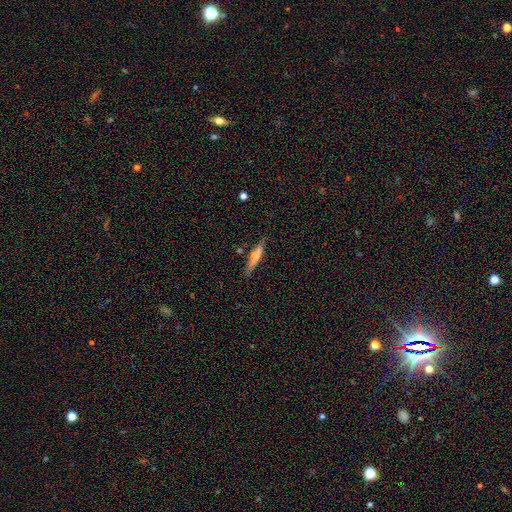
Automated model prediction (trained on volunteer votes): This is possibly a smooth galaxy (57%). How rounded: clearly cigar-shaped (89%). Merging: likely none (78%).